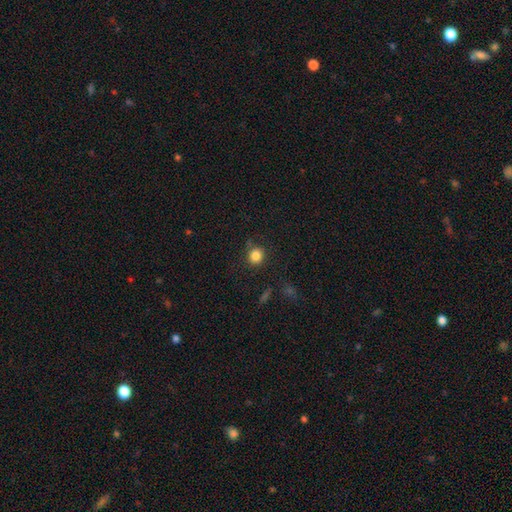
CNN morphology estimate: smooth_or_featured: smooth (p=0.84) [alt: star or artifact p=0.11]
how_rounded: round (p=0.85) [alt: in between p=0.14]
merging: none (p=0.80) [alt: minor disturbance p=0.12]